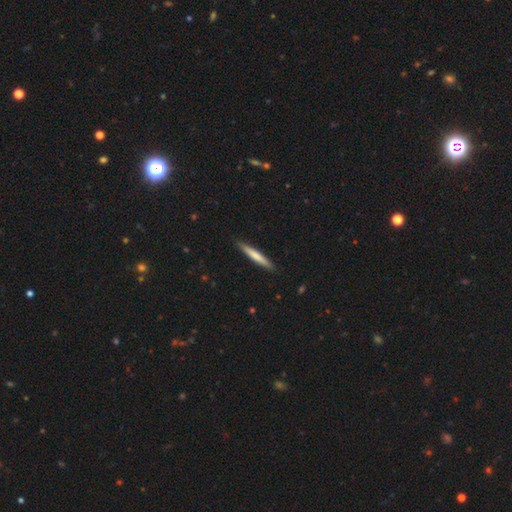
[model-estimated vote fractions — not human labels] Smooth or featured? smooth (66%)
How rounded? cigar-shaped (95%)
Merging? none (90%)